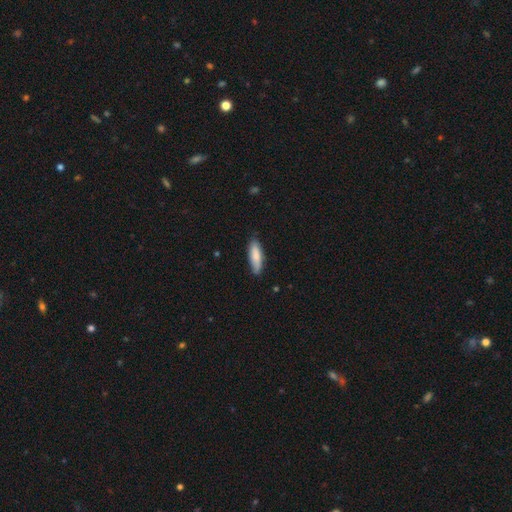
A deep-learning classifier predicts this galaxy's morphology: type=smooth (82%); roundness=cigar-shaped (52%); merging=none (80%).